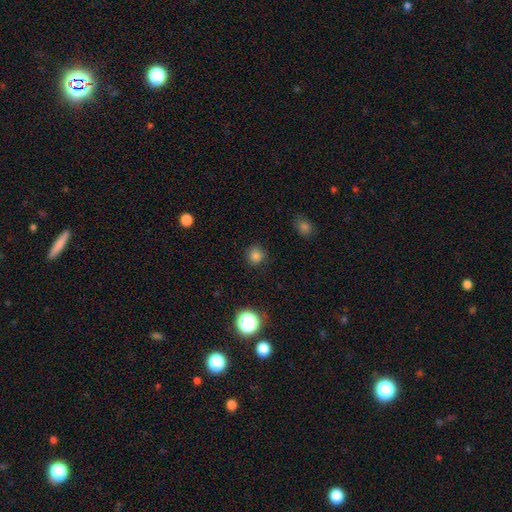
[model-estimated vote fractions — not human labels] smooth_or_featured: smooth (p=0.80) [alt: star or artifact p=0.16]
how_rounded: round (p=0.91) [alt: in between p=0.08]
merging: none (p=0.86) [alt: minor disturbance p=0.09]